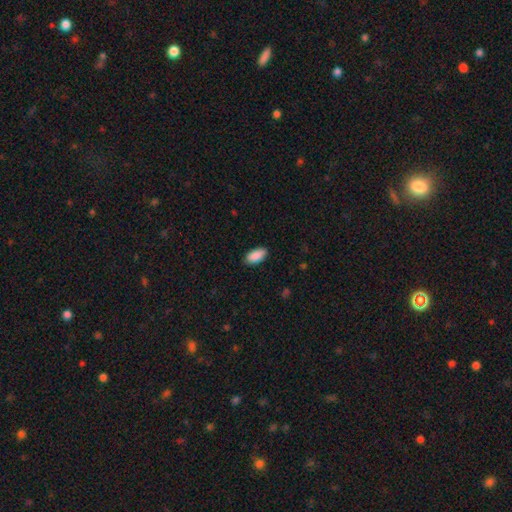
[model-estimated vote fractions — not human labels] A smooth galaxy with no disk features (90%) that is in between round and cigar-shaped (93%).

Vote fractions:
- Smooth or featured? smooth: 90% / star or artifact: 6% / featured or disk: 4%
- How rounded? in between: 93% / cigar-shaped: 5% / round: 2%
- Merging? none: 86% / minor disturbance: 10% / major disturbance: 2% / merger: 1%